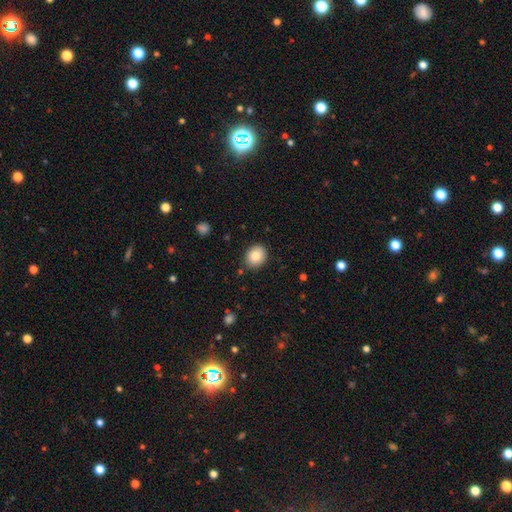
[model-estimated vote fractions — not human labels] A smooth galaxy with no disk features (85%) that is round (52%). Merging: none (86%).